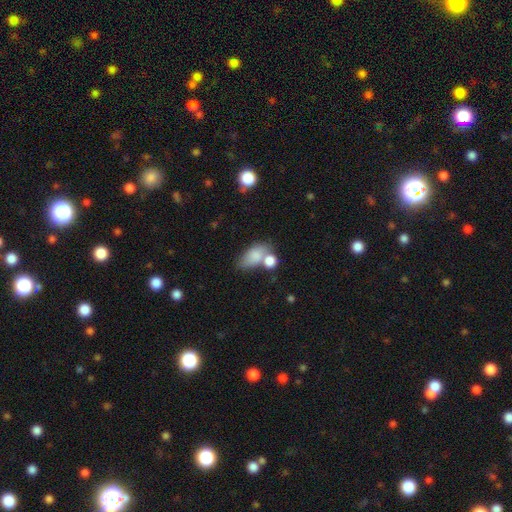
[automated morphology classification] A smooth galaxy with no disk features (78%) that is in between round and cigar-shaped (85%).

Vote fractions:
- Smooth or featured? smooth: 78% / featured or disk: 13% / star or artifact: 9%
- How rounded? in between: 85% / round: 11% / cigar-shaped: 3%
- Merging? merger: 37% / none: 36% / minor disturbance: 17% / major disturbance: 10%